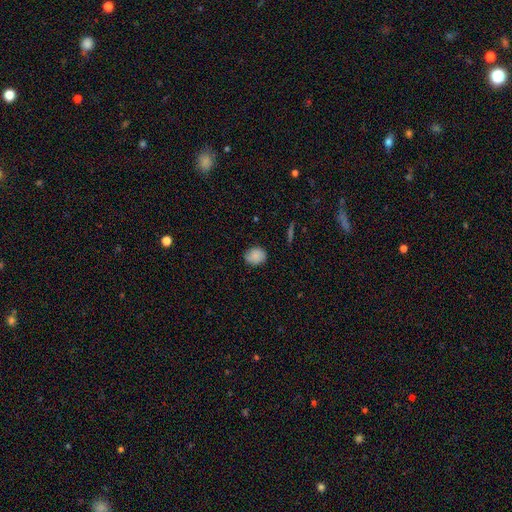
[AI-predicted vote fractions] Q: Smooth or featured?
A: smooth (83%); runner-up: featured or disk (9%)
Q: How rounded?
A: round (59%); runner-up: in between (40%)
Q: Merging?
A: none (78%); runner-up: minor disturbance (18%)